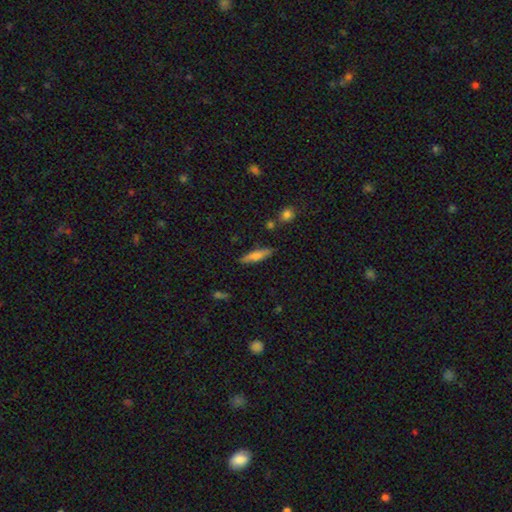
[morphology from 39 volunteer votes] Smooth or featured? 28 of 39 (72%) said smooth. How rounded? 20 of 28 (71%) said cigar-shaped. Merging? 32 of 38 (84%) said none.